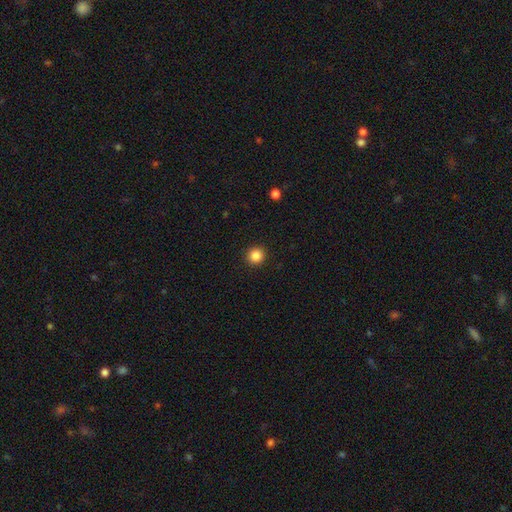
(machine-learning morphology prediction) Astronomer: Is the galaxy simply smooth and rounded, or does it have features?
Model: smooth — 86%.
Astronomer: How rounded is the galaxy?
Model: round — 94%.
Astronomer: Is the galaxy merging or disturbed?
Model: none — 93%.